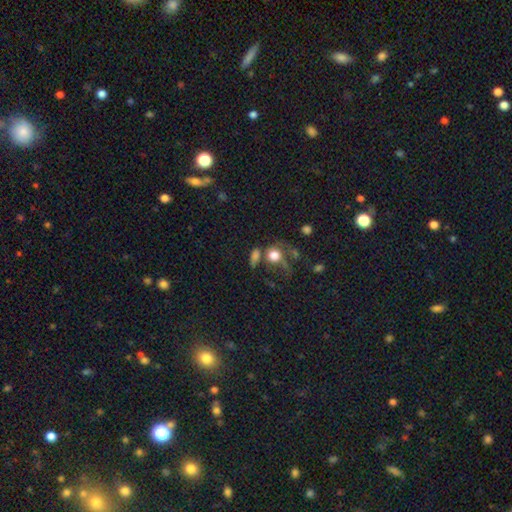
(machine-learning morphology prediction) This appears to be a smooth galaxy with no disk features (70%) that is round (51%). Merging: none (40%).